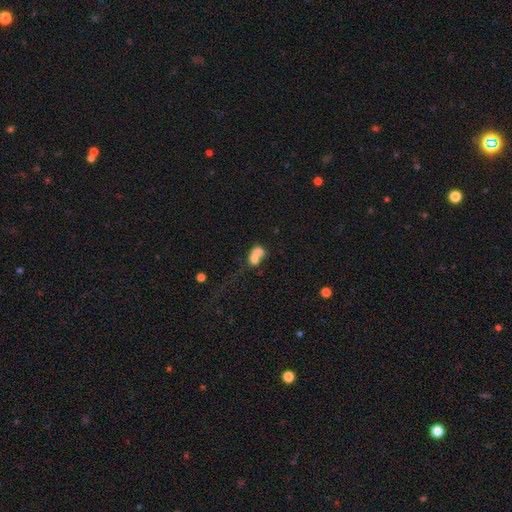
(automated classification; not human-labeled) Smooth or featured? Predicted: smooth (p=0.66). How rounded? Predicted: in between (p=0.53). Merging? Predicted: merger (p=0.68).